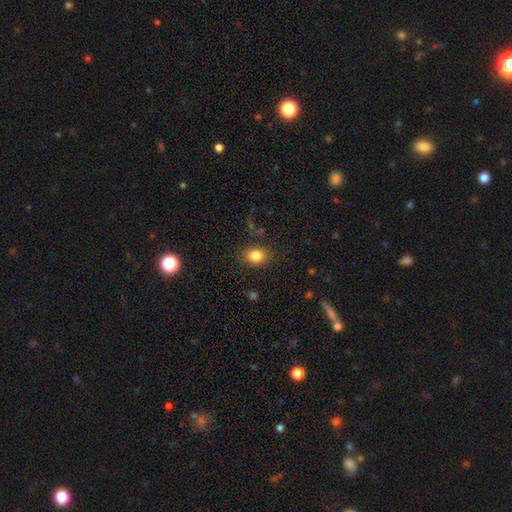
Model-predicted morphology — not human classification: Smooth or featured? smooth (83%)
How rounded? in between (63%)
Merging? none (84%)